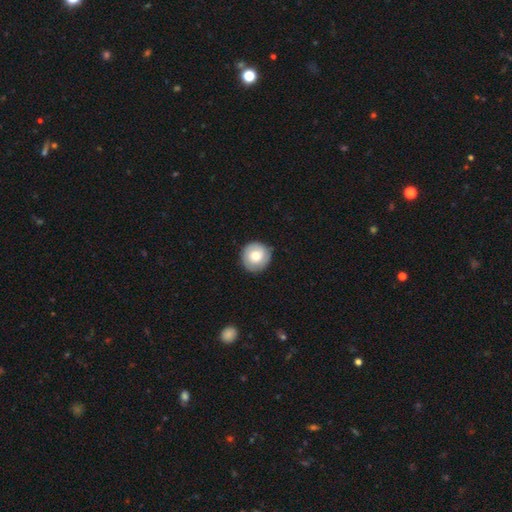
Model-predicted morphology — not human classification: Overall: smooth (69%). How rounded: round (92%). Merging: none (84%).